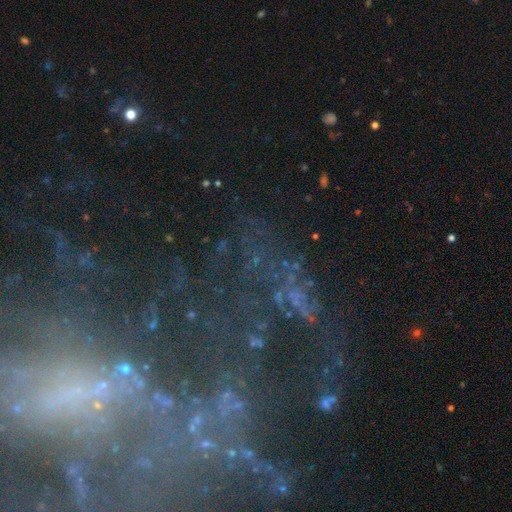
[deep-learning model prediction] A star or artifact, not a galaxy (62%).

Vote fractions:
- Smooth or featured? star or artifact: 62% / featured or disk: 25% / smooth: 14%